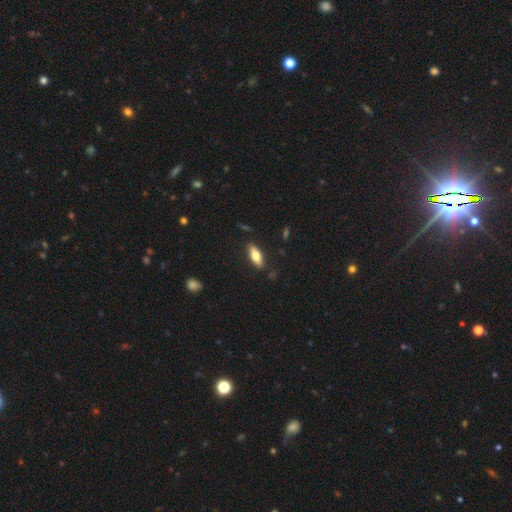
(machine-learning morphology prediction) type=smooth (66%); roundness=in between (65%); merging=none (86%).